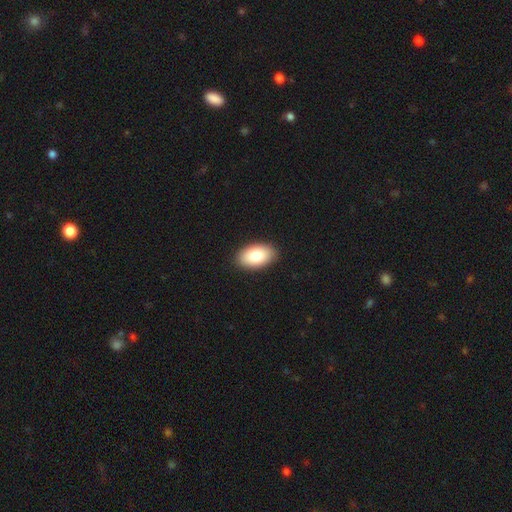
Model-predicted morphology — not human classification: This appears to be a smooth galaxy with no disk features (84%) that is in between round and cigar-shaped (94%). Merging: none (90%).